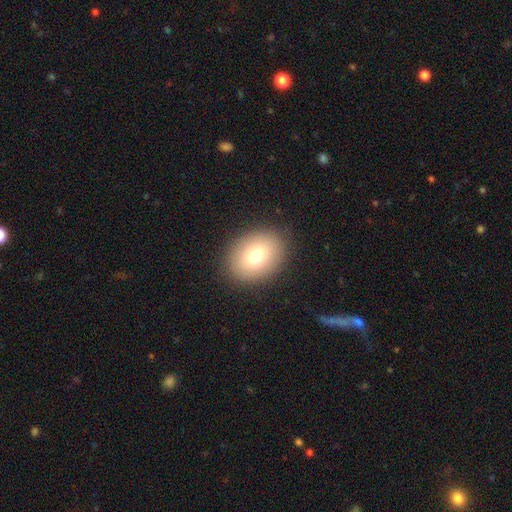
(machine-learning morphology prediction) A smooth galaxy with no disk features (77%) that is in between round and cigar-shaped (61%).

Vote fractions:
- Smooth or featured? smooth: 77% / featured or disk: 13% / star or artifact: 10%
- How rounded? in between: 61% / round: 38% / cigar-shaped: 1%
- Merging? none: 88% / minor disturbance: 8% / major disturbance: 3% / merger: 1%